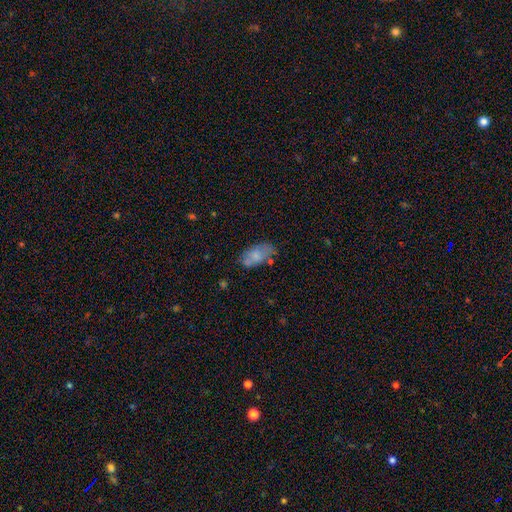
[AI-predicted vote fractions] Smooth or featured? smooth (73%)
How rounded? in between (93%)
Merging? none (62%)